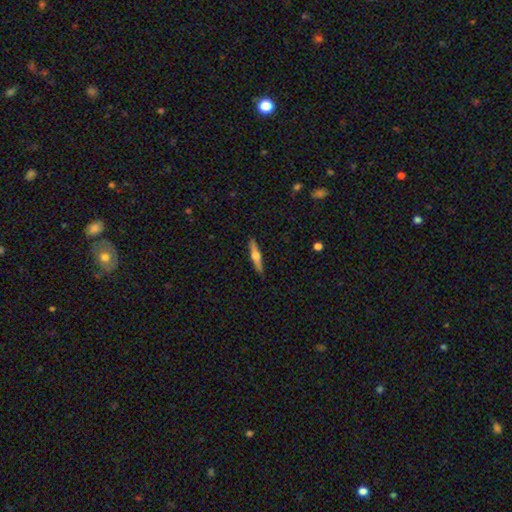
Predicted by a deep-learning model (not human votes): This is possibly a featured or disk galaxy (55%). It is clearly viewed edge-on (97%). Edge-on bulge: clearly rounded (85%). Merging: clearly none (90%).